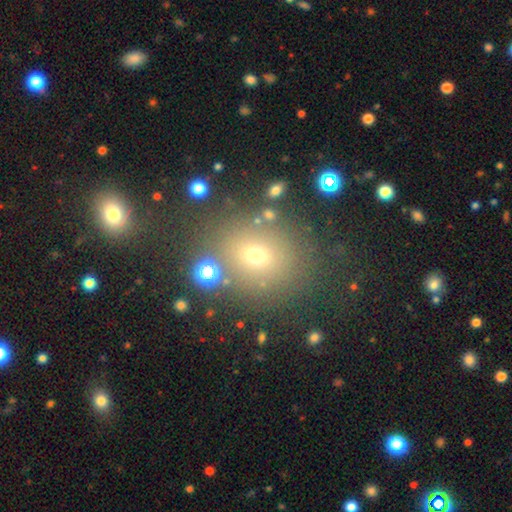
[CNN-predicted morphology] Smooth or featured: smooth — 63% (star or artifact — 23%)
How rounded: round — 66% (in between — 32%)
Merging: none — 77% (minor disturbance — 12%)